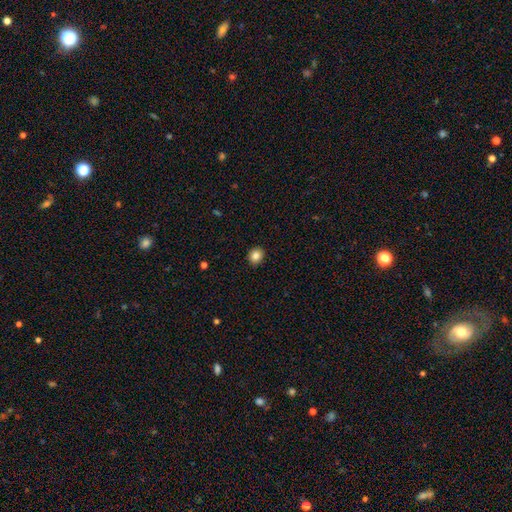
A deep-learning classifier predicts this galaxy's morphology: smooth-or-featured: smooth: 85% | star or artifact: 10% | featured or disk: 5%
  how-rounded: round: 73% | in between: 26% | cigar-shaped: 1%
  merging: none: 91% | minor disturbance: 7% | major disturbance: 2% | merger: 1%